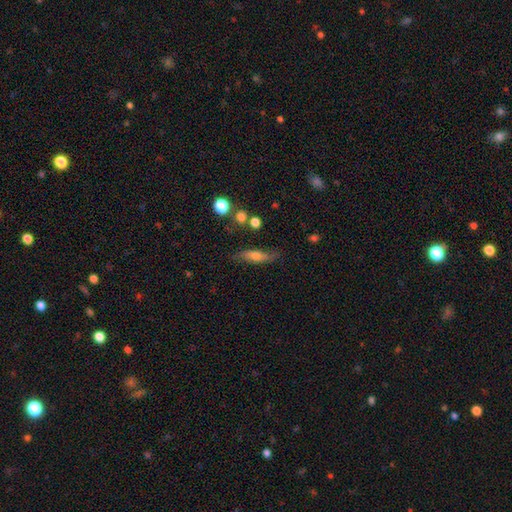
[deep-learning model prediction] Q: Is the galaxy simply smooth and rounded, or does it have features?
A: smooth — 51%.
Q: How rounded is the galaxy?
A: cigar-shaped — 57%.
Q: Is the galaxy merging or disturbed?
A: none — 72%.